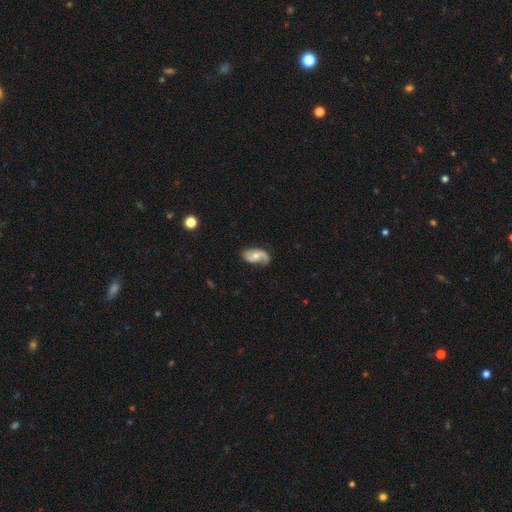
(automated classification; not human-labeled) This is likely a featured or disk galaxy (71%). It is clearly not viewed edge-on (96%). Bar: possibly no (57%). Spiral arm pattern: clearly yes (92%). Spiral arm count: likely 2 (72%). Spiral winding: possibly loose (49%). Central bulge: possibly moderate (55%). Merging: likely none (62%).